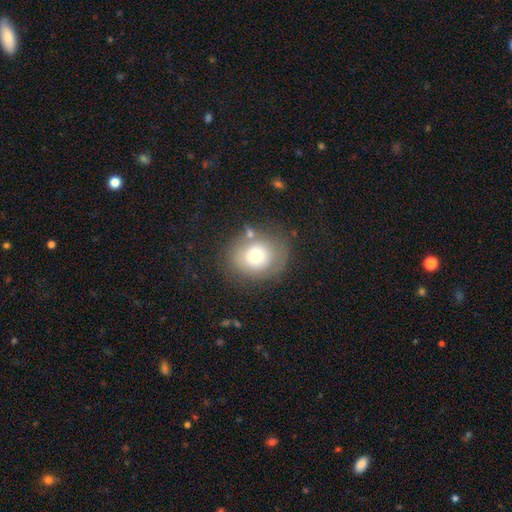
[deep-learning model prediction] This is likely a smooth galaxy (67%). How rounded: likely round (75%). Merging: likely none (72%).